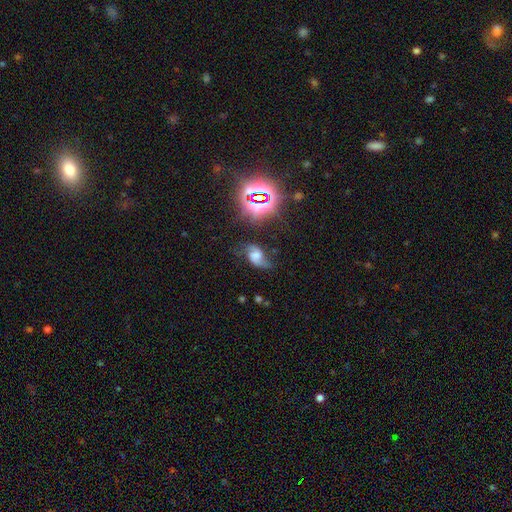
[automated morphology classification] featured or disk 64%, smooth 20%, star or artifact 16%. Down the decision tree: edge-on disk — no (96%); bar — no (50%); spiral arms — yes (91%); spiral arm count — 2 (87%); spiral winding — loose (69%); bulge size — moderate (30%); merging — none (57%).